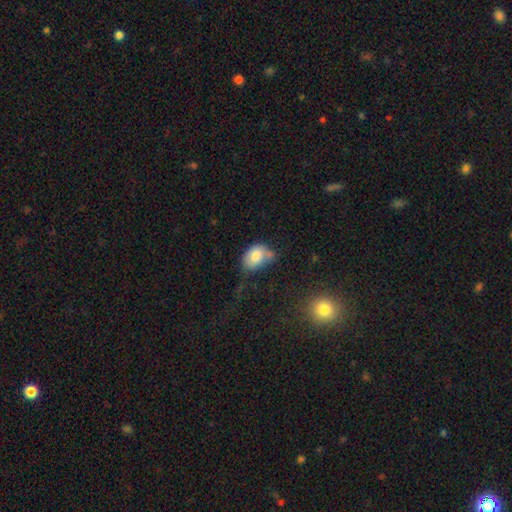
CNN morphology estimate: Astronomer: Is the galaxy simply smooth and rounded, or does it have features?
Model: smooth — 77%.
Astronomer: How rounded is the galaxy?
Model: in between — 78%.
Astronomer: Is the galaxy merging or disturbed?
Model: none — 38% (runner-up: minor disturbance, 31%).